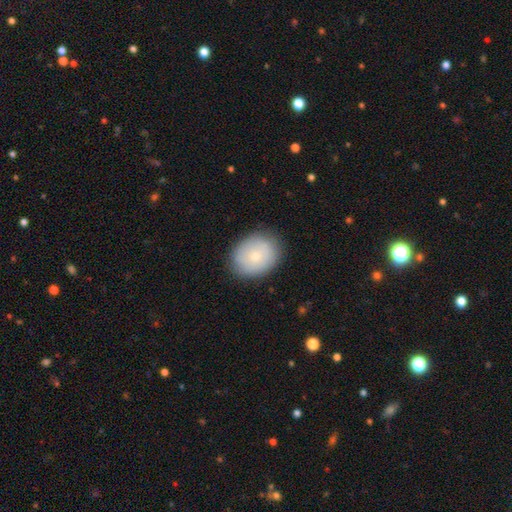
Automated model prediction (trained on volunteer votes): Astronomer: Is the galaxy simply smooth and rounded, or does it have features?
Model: smooth — 75%.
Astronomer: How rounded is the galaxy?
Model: in between — 53% (runner-up: round, 46%).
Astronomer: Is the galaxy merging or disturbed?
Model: none — 83%.